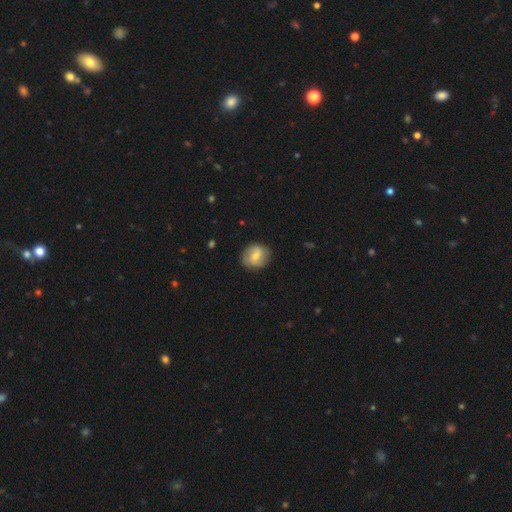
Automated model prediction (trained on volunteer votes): Q: Smooth or featured?
A: smooth (55%); runner-up: featured or disk (38%)
Q: How rounded?
A: round (74%); runner-up: in between (25%)
Q: Merging?
A: none (84%); runner-up: minor disturbance (12%)